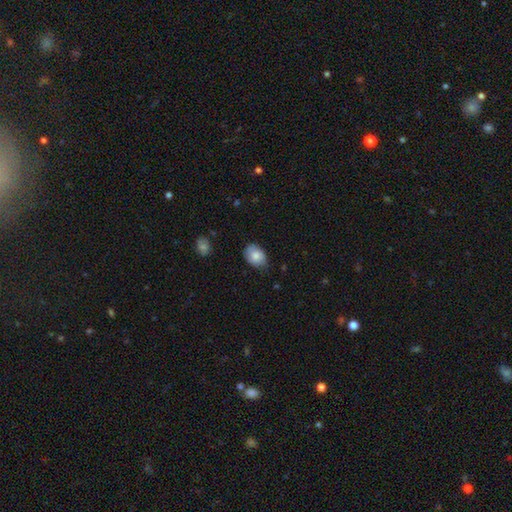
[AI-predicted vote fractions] This is clearly a smooth galaxy (81%). How rounded: likely in between (75%). Merging: likely none (69%).